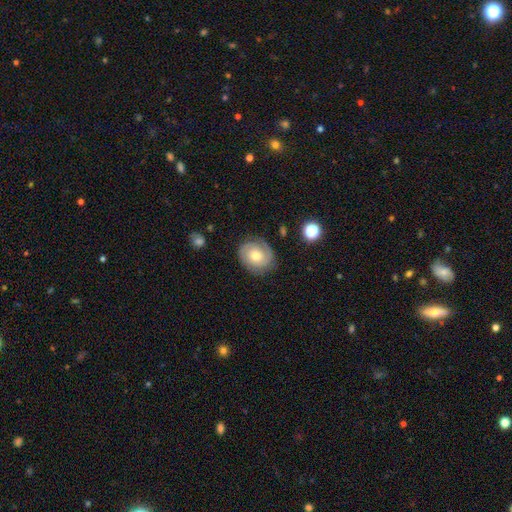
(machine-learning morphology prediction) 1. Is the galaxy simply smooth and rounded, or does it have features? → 60% featured or disk, 32% smooth, 8% star or artifact.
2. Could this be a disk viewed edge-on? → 97% no, 3% yes.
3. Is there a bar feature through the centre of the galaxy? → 76% no, 20% weak, 4% strong.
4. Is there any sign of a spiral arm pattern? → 86% yes, 14% no.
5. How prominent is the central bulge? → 70% moderate, 19% small, 9% large, 1% none, 1% dominant.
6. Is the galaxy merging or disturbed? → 79% none, 15% minor disturbance, 5% major disturbance, 1% merger.